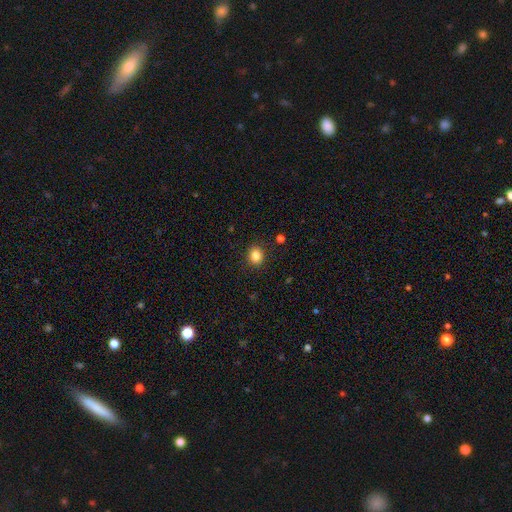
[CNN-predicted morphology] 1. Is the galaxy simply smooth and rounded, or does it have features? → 85% smooth, 11% star or artifact, 4% featured or disk.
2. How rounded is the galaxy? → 67% round, 32% in between, 1% cigar-shaped.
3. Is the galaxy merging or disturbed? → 89% none, 8% minor disturbance, 2% major disturbance, 1% merger.